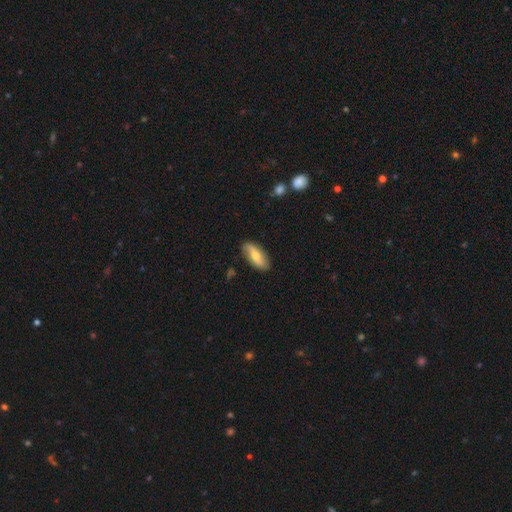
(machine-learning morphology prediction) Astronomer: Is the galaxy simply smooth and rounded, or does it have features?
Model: smooth — 48% (runner-up: featured or disk, 46%).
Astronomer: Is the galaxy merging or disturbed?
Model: none — 84%.